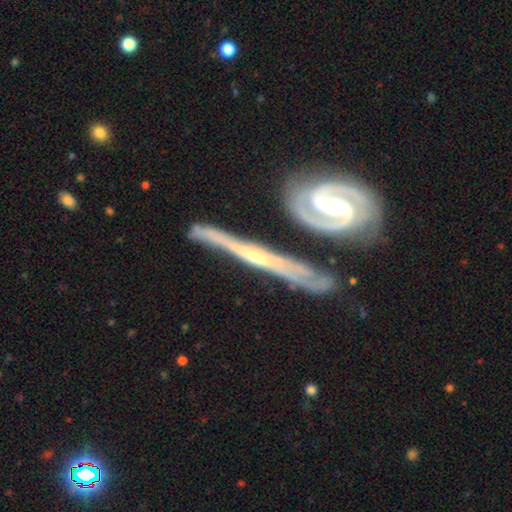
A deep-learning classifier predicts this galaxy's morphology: Smooth or featured? Predicted: featured or disk (p=0.82). Edge-on disk? Predicted: yes (p=0.68). Edge-on bulge? Predicted: none (p=0.46). Merging? Predicted: none (p=0.66).